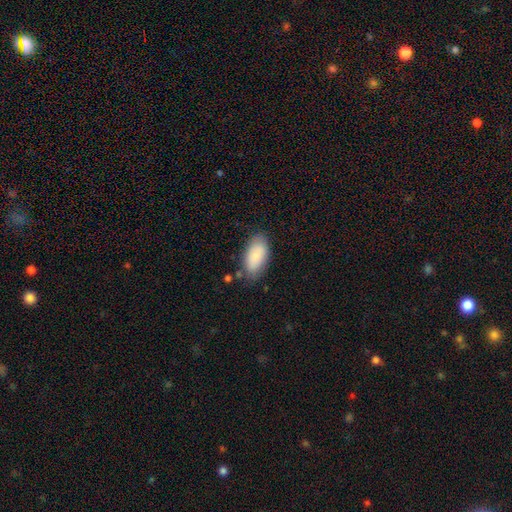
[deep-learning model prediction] smooth_or_featured: smooth (p=0.86) [alt: featured or disk p=0.07]
how_rounded: in between (p=0.94) [alt: cigar-shaped p=0.04]
merging: none (p=0.77) [alt: minor disturbance p=0.16]